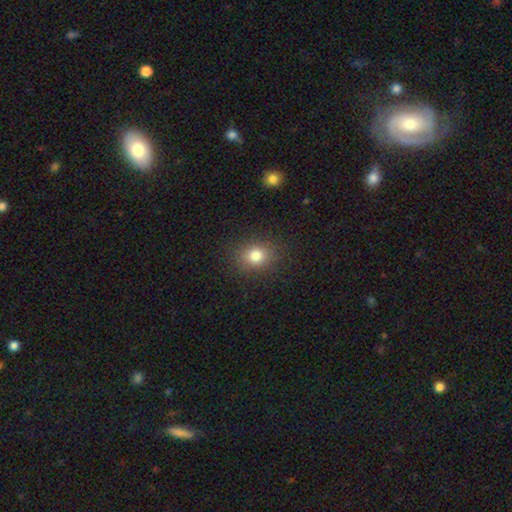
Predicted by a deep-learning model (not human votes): Overall: smooth (80%). How rounded: round (63%; in between 36%). Merging: none (86%).